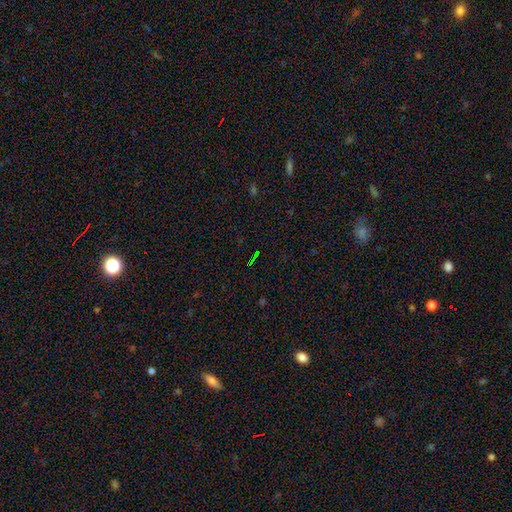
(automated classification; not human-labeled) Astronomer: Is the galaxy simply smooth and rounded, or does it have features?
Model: star or artifact — 74%.